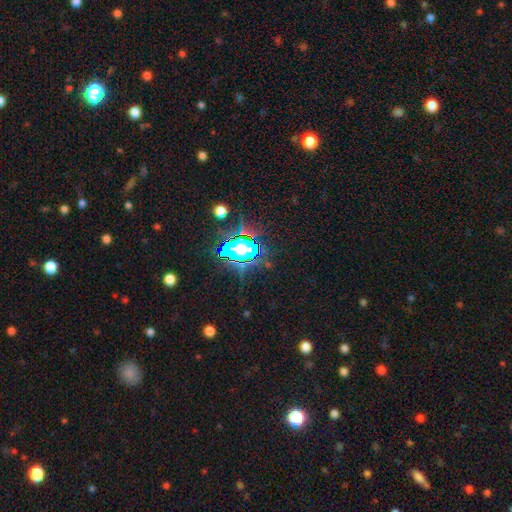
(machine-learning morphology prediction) smooth_or_featured: star or artifact (p=0.81) [alt: smooth p=0.11]